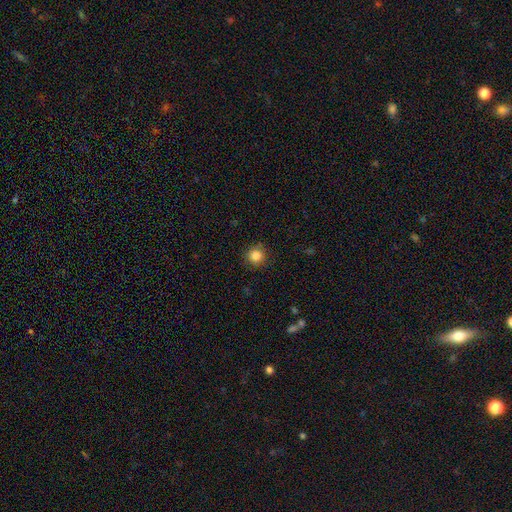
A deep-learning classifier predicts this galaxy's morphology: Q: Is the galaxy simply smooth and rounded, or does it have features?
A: smooth — 85%.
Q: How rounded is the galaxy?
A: round — 93%.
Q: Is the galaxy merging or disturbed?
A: none — 89%.